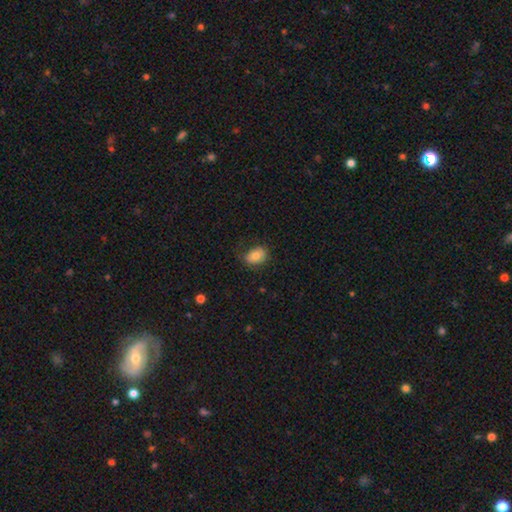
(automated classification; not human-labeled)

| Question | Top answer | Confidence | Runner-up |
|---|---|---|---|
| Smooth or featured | smooth | 79% | featured or disk (12%) |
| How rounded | in between | 70% | round (29%) |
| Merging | none | 75% | minor disturbance (19%) |